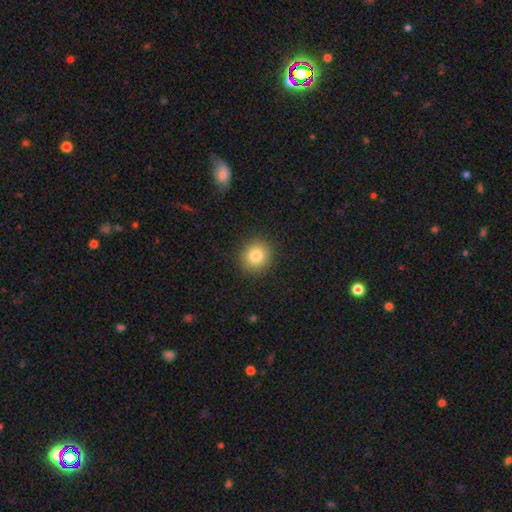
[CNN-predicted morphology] type=smooth (82%); roundness=round (87%); merging=none (91%).